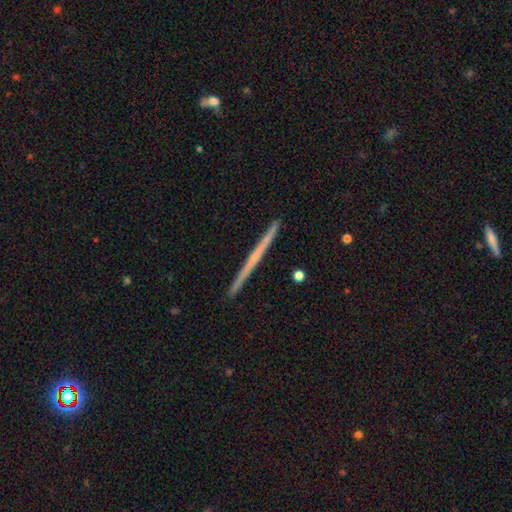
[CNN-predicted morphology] Smooth or featured?
  - featured or disk: 64% *
  - smooth: 30%
  - star or artifact: 5%
Edge-on disk?
  - yes: 98% *
  - no: 2%
Edge-on bulge?
  - none: 78% *
  - rounded: 18%
  - boxy: 4%
Merging?
  - none: 93% *
  - minor disturbance: 5%
  - merger: 1%
  - major disturbance: 1%